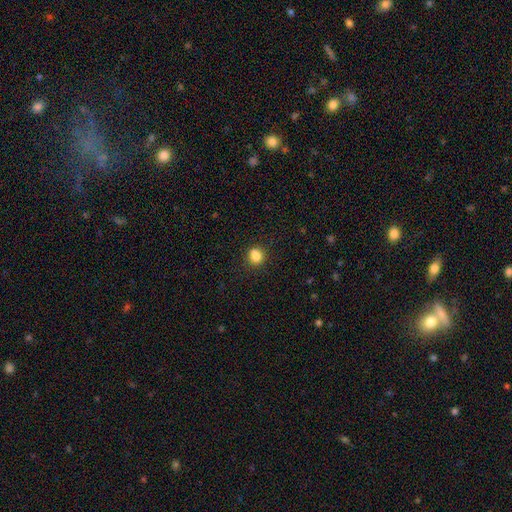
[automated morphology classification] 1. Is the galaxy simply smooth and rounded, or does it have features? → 85% smooth, 11% star or artifact, 4% featured or disk.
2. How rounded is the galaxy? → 63% round, 35% in between, 1% cigar-shaped.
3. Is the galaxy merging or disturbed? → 84% none, 11% minor disturbance, 3% major disturbance, 3% merger.